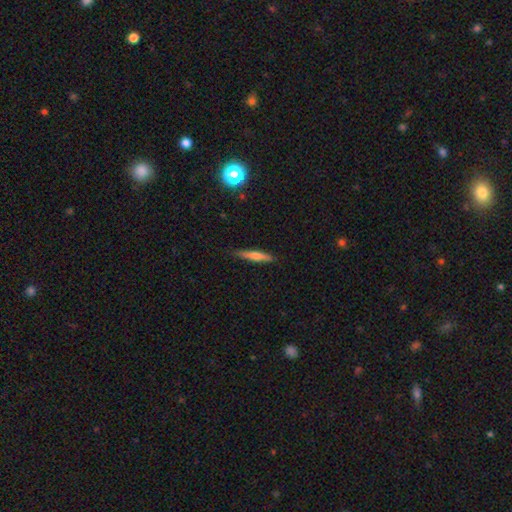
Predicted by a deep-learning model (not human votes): A smooth galaxy with no disk features (58%) that is cigar-shaped (89%). Merging: none (83%).